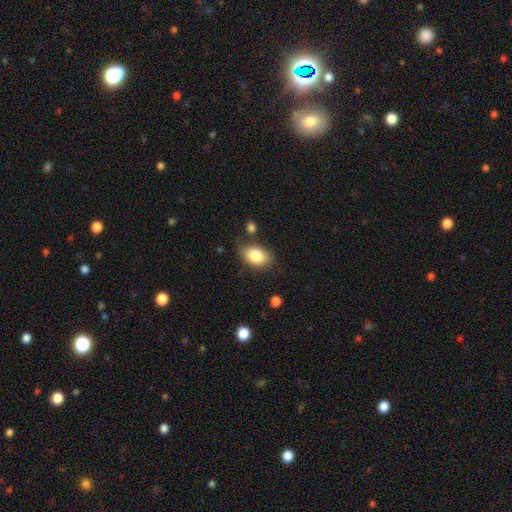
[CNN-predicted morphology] A smooth galaxy with no disk features (84%) that is in between round and cigar-shaped (88%).

Vote fractions:
- Smooth or featured? smooth: 84% / featured or disk: 9% / star or artifact: 7%
- How rounded? in between: 88% / round: 11% / cigar-shaped: 1%
- Merging? none: 76% / minor disturbance: 16% / major disturbance: 4% / merger: 4%